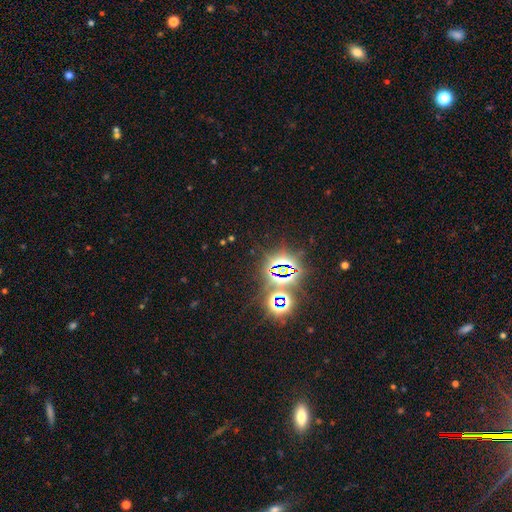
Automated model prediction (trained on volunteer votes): A star or artifact, not a galaxy (77%).